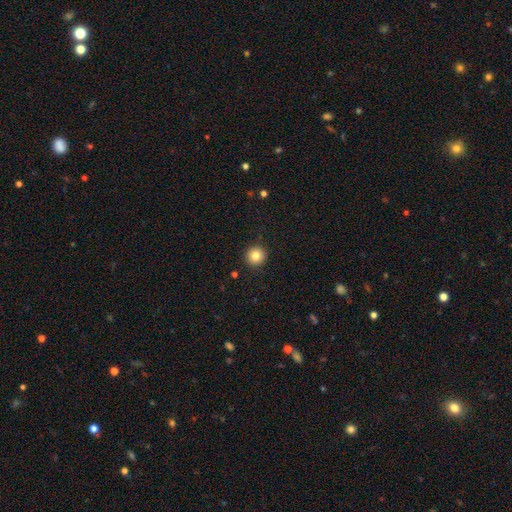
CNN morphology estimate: This is clearly a smooth galaxy (82%). How rounded: clearly round (95%). Merging: clearly none (92%).